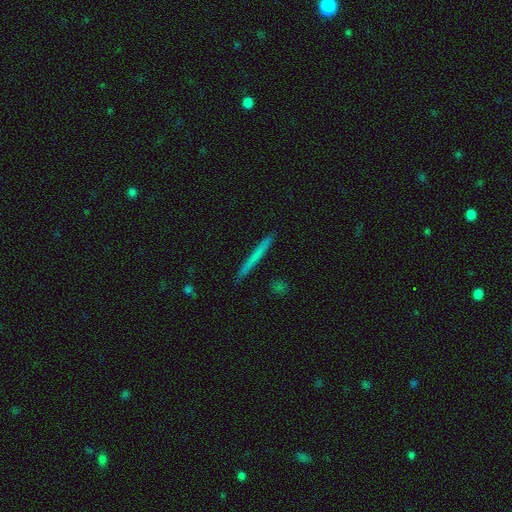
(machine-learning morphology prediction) smooth 58%, featured or disk 36%, star or artifact 6%. Down the decision tree: how rounded — cigar-shaped (97%); merging — none (91%).